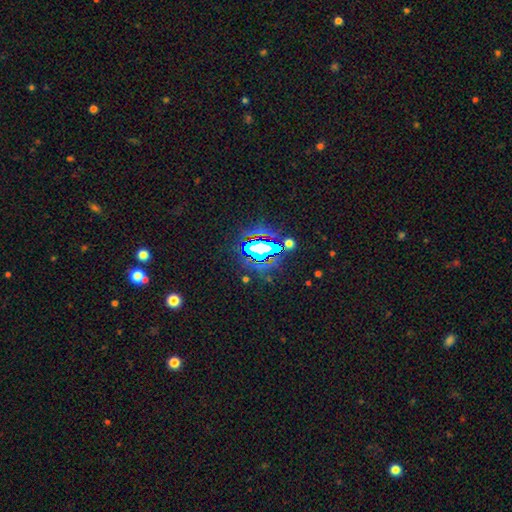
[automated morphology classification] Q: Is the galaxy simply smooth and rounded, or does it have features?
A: star or artifact — 77%.